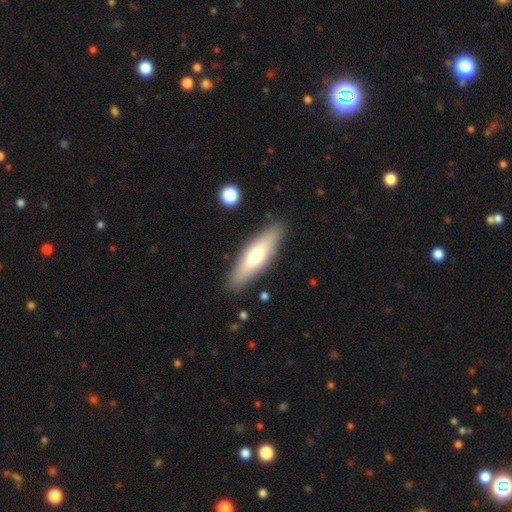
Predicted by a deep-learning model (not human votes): A smooth galaxy with no disk features (60%) that is cigar-shaped (59%). Merging: none (88%).